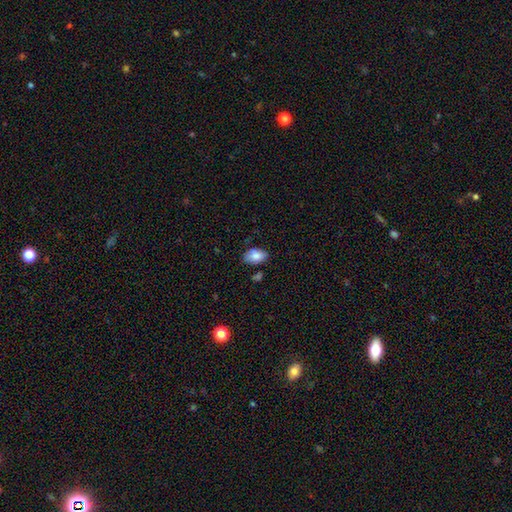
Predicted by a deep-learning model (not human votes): Q: Smooth or featured?
A: smooth (82%); runner-up: featured or disk (10%)
Q: How rounded?
A: in between (92%); runner-up: round (7%)
Q: Merging?
A: none (71%); runner-up: minor disturbance (21%)